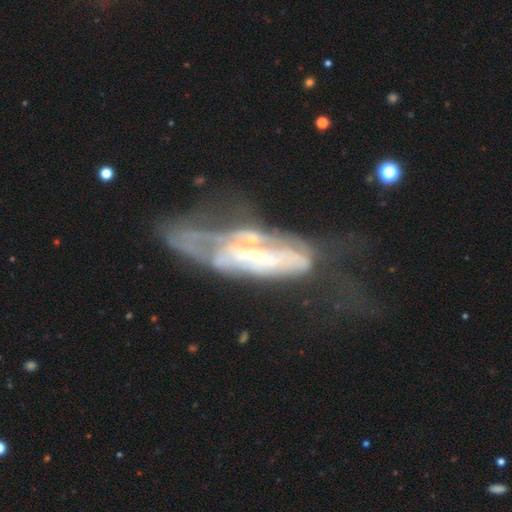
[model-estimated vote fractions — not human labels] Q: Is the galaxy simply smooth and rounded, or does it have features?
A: featured or disk — 71%.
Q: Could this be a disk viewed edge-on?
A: no — 77%.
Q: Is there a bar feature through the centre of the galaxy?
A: no — 56%.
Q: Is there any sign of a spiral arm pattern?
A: no — 52%.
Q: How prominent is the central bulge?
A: small — 45%.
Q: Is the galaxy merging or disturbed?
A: major disturbance — 48%.